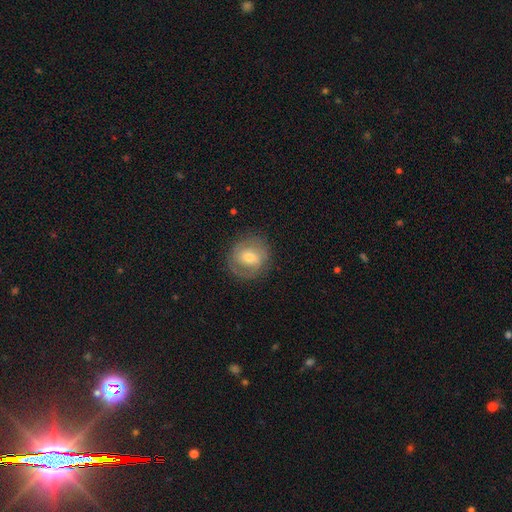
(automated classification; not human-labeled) A featured or disk galaxy (51%).

Vote fractions:
- Smooth or featured? featured or disk: 51% / smooth: 40% / star or artifact: 9%
- Edge-on disk? no: 95% / yes: 5%
- Merging? none: 80% / minor disturbance: 13% / major disturbance: 6% / merger: 1%